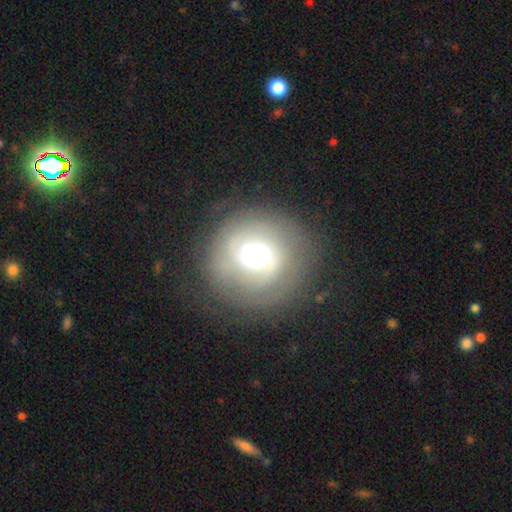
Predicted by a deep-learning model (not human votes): Smooth or featured? Predicted: featured or disk (p=0.57). Edge-on disk? Predicted: no (p=0.97). Bar? Predicted: no (p=0.53). Spiral arms? Predicted: yes (p=0.76). Bulge size? Predicted: moderate (p=0.42). Merging? Predicted: none (p=0.76).